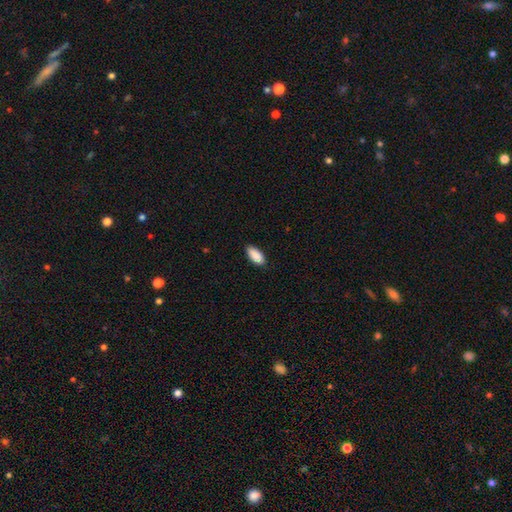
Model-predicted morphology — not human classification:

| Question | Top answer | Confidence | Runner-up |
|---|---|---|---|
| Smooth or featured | smooth | 90% | star or artifact (6%) |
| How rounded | in between | 89% | cigar-shaped (9%) |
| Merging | none | 84% | minor disturbance (13%) |